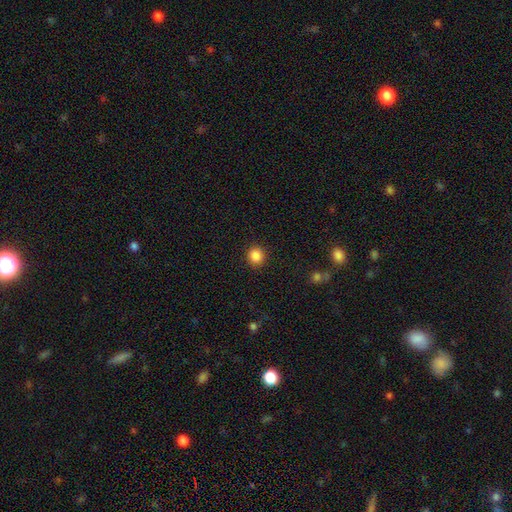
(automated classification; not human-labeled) This appears to be a smooth galaxy with no disk features (86%) that is round (88%). Merging: none (91%).